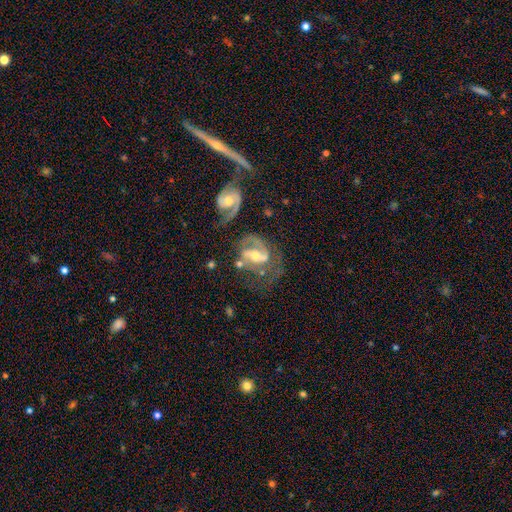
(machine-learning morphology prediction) The model was most divided on "bar": weak: 42%, strong: 34%, no: 24%. Remaining: edge-on disk — no (97%); spiral arms — yes (91%); smooth or featured — featured or disk (84%); spiral arm count — 2 (77%); bulge size — moderate (57%); spiral winding — medium (52%); merging — none (40%).